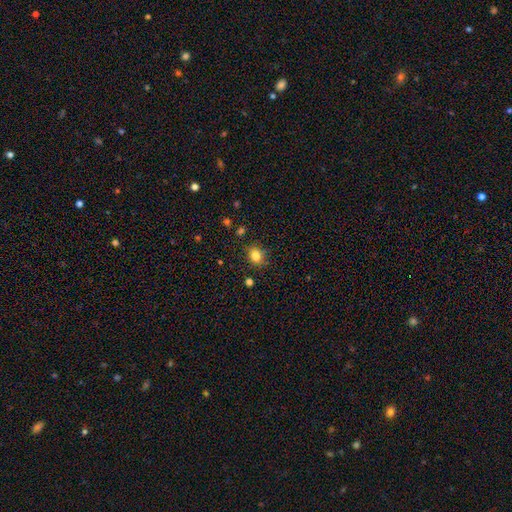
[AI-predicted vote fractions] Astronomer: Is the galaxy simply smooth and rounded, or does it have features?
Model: smooth — 82%.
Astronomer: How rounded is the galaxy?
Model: round — 66%.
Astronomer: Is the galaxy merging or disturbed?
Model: none — 84%.